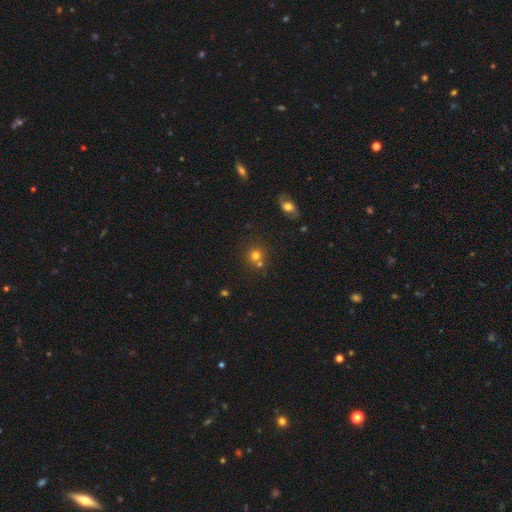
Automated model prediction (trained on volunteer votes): Smooth or featured? Predicted: smooth (p=0.71). How rounded? Predicted: round (p=0.89). Merging? Predicted: none (p=0.64).